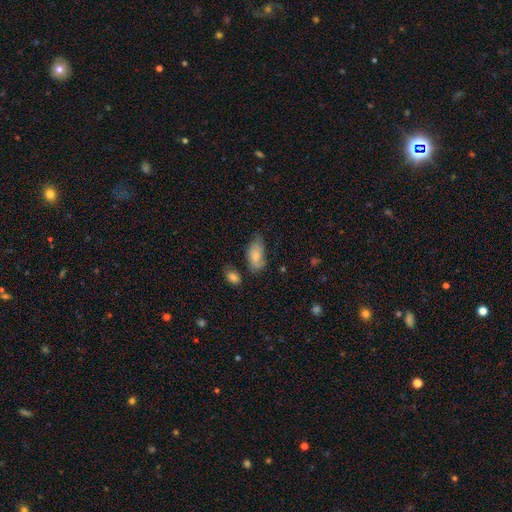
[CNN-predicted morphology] smooth-or-featured: smooth: 72% | featured or disk: 22% | star or artifact: 7%
  how-rounded: in between: 92% | cigar-shaped: 4% | round: 4%
  merging: none: 49% | minor disturbance: 35% | major disturbance: 11% | merger: 5%